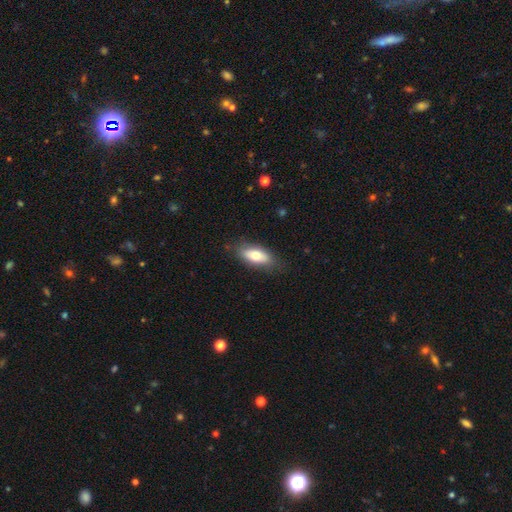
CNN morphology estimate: type=smooth (68%); roundness=in between (81%); merging=none (78%).